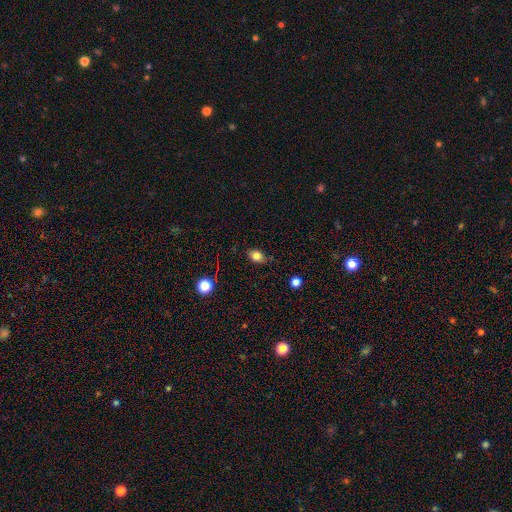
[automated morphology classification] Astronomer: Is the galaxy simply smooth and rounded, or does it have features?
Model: smooth — 80%.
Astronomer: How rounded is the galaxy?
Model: in between — 73%.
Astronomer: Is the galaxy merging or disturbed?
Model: none — 76%.